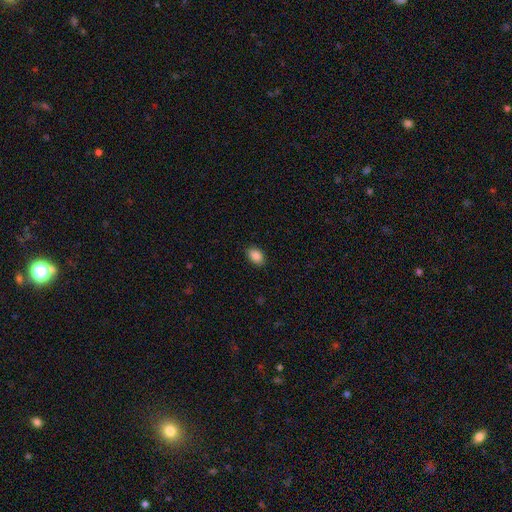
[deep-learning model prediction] Smooth or featured?
  - smooth: 88% *
  - star or artifact: 8%
  - featured or disk: 4%
How rounded?
  - in between: 84% *
  - round: 15%
  - cigar-shaped: 1%
Merging?
  - none: 88% *
  - minor disturbance: 9%
  - major disturbance: 2%
  - merger: 1%